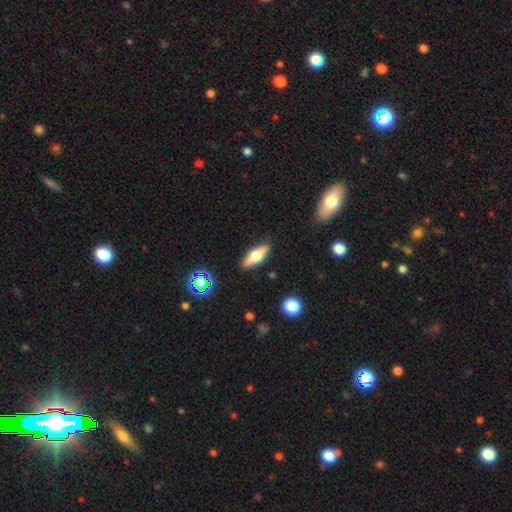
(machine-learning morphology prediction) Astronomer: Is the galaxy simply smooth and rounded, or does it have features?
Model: smooth — 50% (runner-up: featured or disk, 42%).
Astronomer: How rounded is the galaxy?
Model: in between — 57% (runner-up: cigar-shaped, 40%).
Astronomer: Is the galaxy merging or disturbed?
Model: none — 86%.